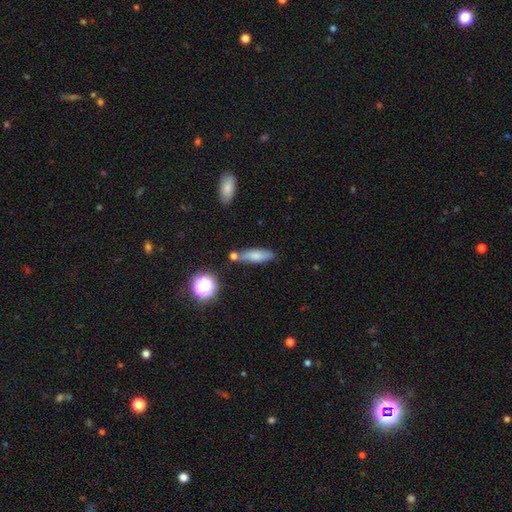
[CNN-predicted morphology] smooth_or_featured: smooth (p=0.73) [alt: featured or disk p=0.17]
how_rounded: in between (p=0.49) [alt: cigar-shaped p=0.47]
merging: none (p=0.65) [alt: minor disturbance p=0.16]